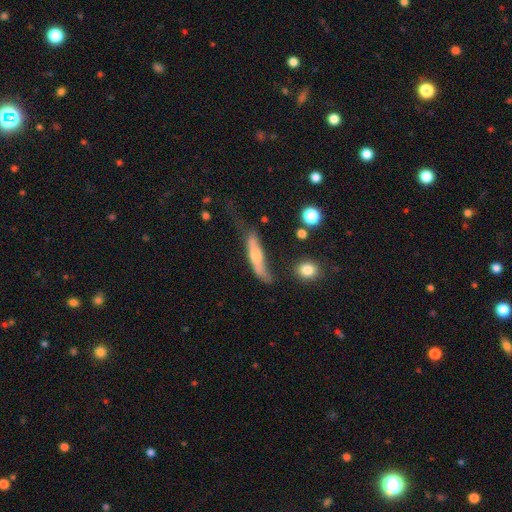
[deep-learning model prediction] This is possibly a smooth galaxy (51%). How rounded: likely cigar-shaped (77%). Merging: marginally none (33%).